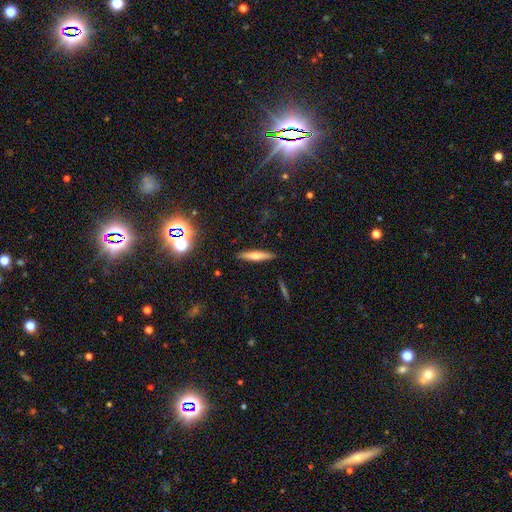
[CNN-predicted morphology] type=smooth (54%); roundness=cigar-shaped (87%); merging=none (89%).